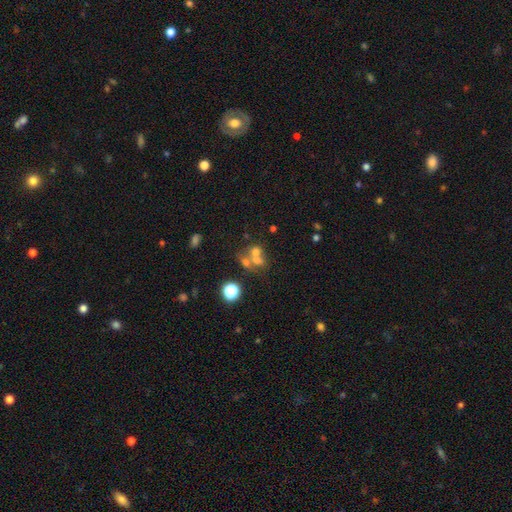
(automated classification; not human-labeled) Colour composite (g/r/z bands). It shows a smooth galaxy with no disk features (54%) that is round (67%). Merging: merger (59%).